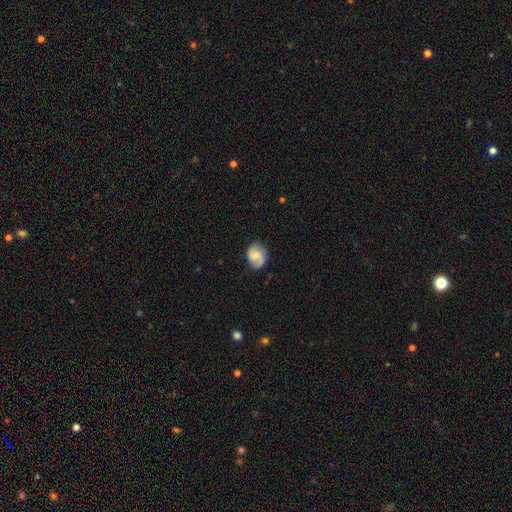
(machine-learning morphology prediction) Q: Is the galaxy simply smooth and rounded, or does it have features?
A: featured or disk — 58%.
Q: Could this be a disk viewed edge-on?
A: no — 98%.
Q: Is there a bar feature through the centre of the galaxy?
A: weak — 46%.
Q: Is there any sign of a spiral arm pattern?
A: yes — 92%.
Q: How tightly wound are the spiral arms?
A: medium — 45%.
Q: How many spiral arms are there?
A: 2 — 85%.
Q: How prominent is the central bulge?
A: small — 39%.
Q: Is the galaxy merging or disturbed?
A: none — 76%.